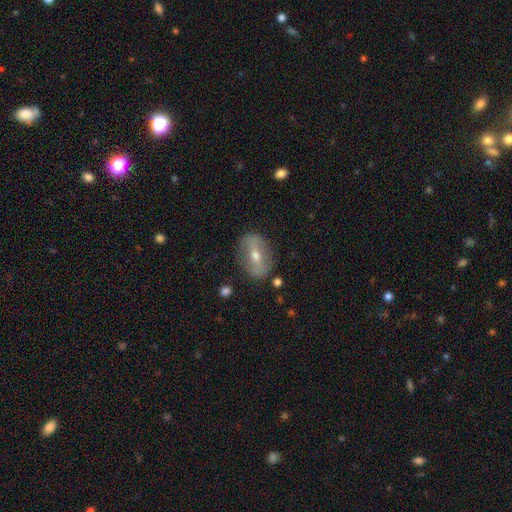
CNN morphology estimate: featured or disk 63%, smooth 30%, star or artifact 8%. Down the decision tree: edge-on disk — no (83%); bar — strong (59%); spiral arms — no (65%); bulge size — moderate (58%); merging — none (82%).